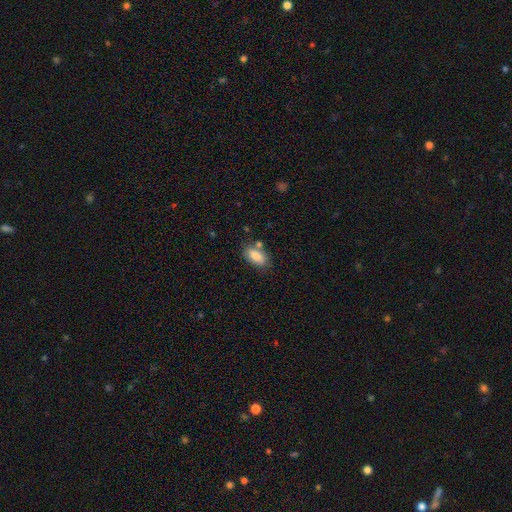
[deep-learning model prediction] Smooth or featured? Predicted: smooth (p=0.83). How rounded? Predicted: in between (p=0.89). Merging? Predicted: none (p=0.70).